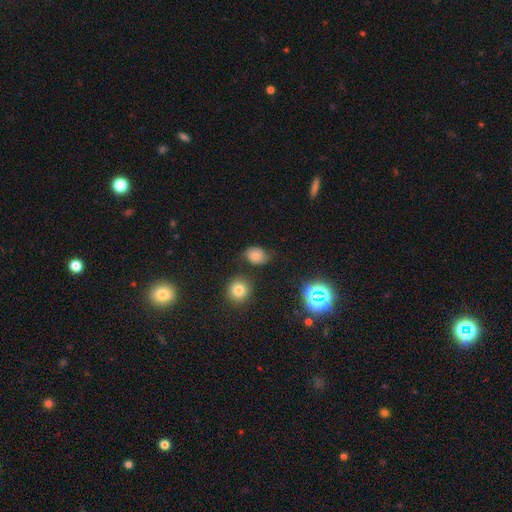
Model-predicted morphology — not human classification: Smooth or featured? smooth (66%)
How rounded? in between (53%)
Merging? none (66%)